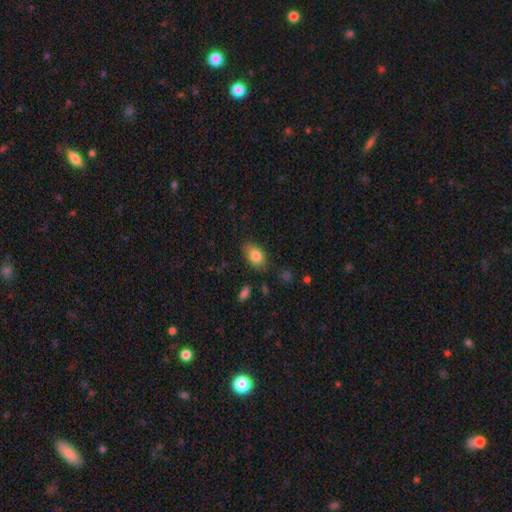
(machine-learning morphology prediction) type=smooth (82%); roundness=in between (83%); merging=none (74%).